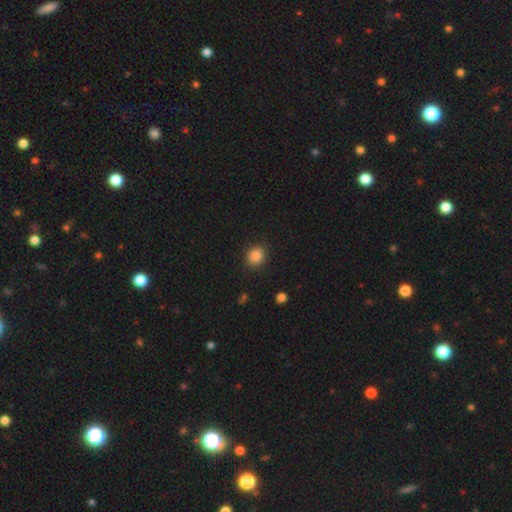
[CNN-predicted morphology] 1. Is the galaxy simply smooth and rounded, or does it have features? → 86% smooth, 10% star or artifact, 4% featured or disk.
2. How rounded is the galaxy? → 64% round, 35% in between, 1% cigar-shaped.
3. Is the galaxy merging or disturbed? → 89% none, 8% minor disturbance, 2% major disturbance, 1% merger.